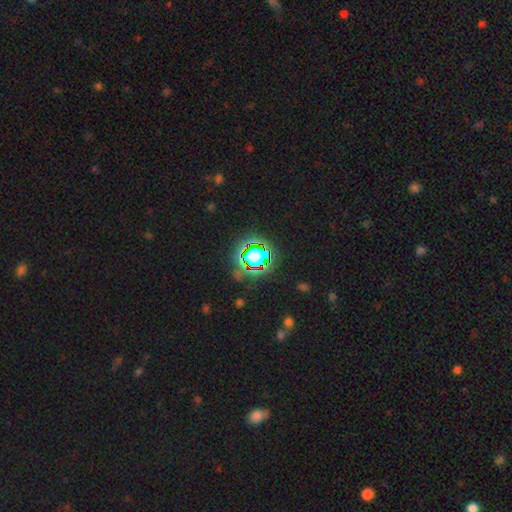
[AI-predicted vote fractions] Smooth or featured?
  - star or artifact: 65% *
  - smooth: 24%
  - featured or disk: 11%